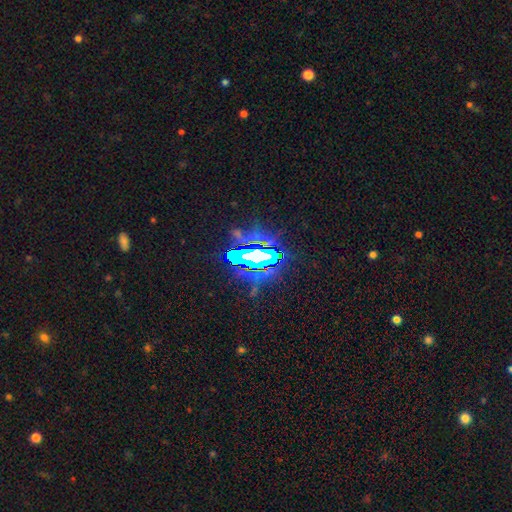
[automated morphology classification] This is likely a star or artifact rather than a galaxy (71%).